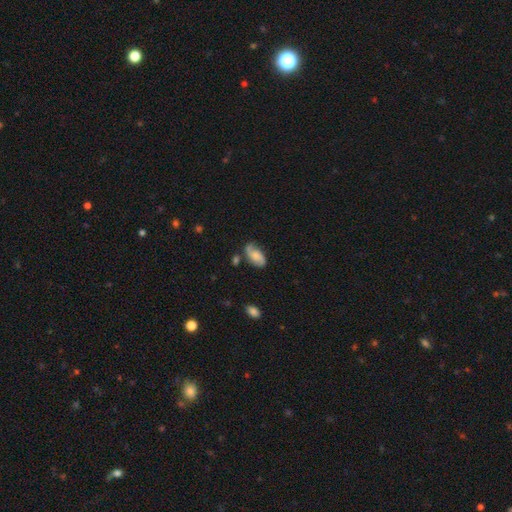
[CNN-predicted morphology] Smooth or featured: featured or disk — 56% (smooth — 37%)
Edge-on disk: no — 96% (yes — 4%)
Bar: no — 63% (weak — 31%)
Spiral arms: yes — 91% (no — 9%)
Bulge size: moderate — 29% (tied with small — 29%)
Merging: none — 67% (minor disturbance — 22%)